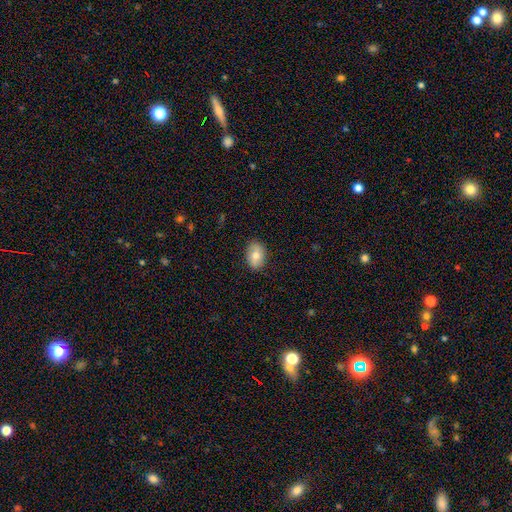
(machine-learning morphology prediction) type=smooth (76%); roundness=in between (83%); merging=none (86%).